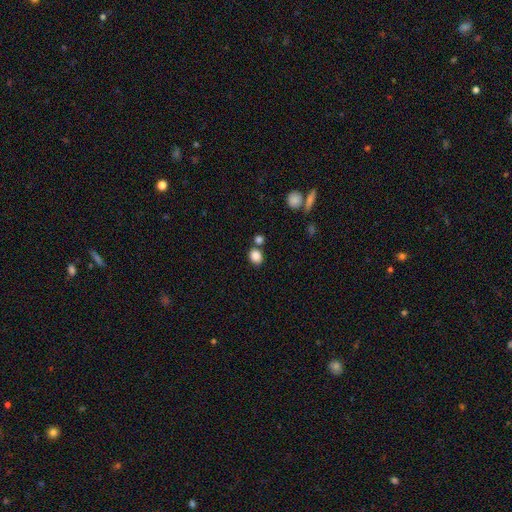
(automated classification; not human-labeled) smooth 85%, star or artifact 10%, featured or disk 4%. Down the decision tree: how rounded — round (53%); merging — none (67%).